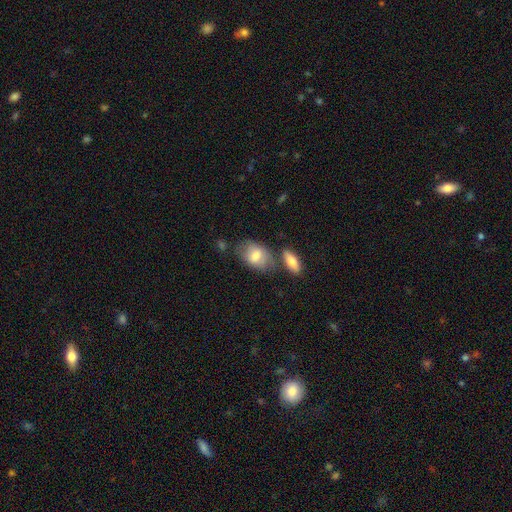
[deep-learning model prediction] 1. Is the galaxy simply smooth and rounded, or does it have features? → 75% smooth, 19% featured or disk, 6% star or artifact.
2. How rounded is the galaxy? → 85% in between, 13% round, 2% cigar-shaped.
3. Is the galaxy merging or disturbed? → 54% none, 20% minor disturbance, 19% merger, 7% major disturbance.